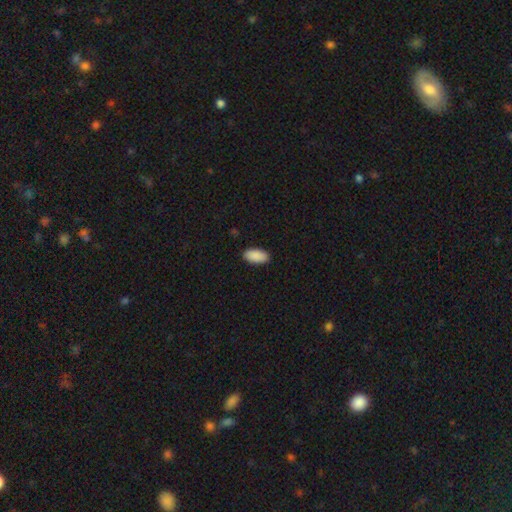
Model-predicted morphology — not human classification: This is clearly a smooth galaxy (91%). How rounded: clearly in between (94%). Merging: clearly none (90%).